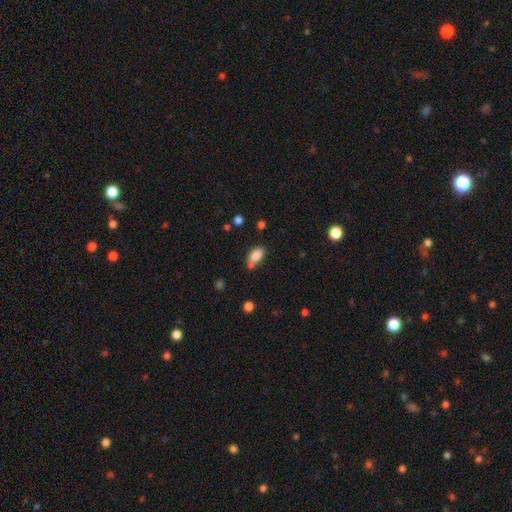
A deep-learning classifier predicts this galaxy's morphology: smooth_or_featured: smooth (p=0.84) [alt: star or artifact p=0.09]
how_rounded: in between (p=0.90) [alt: round p=0.05]
merging: none (p=0.54) [alt: merger p=0.21]